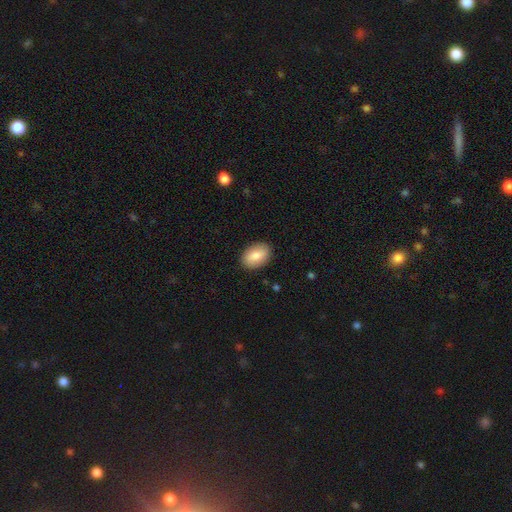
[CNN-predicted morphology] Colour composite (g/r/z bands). It shows a smooth galaxy with no disk features (81%) that is in between round and cigar-shaped (87%). Merging: none (88%).